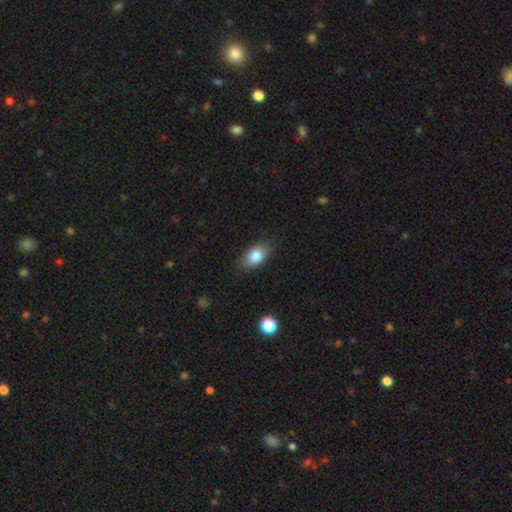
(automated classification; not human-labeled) Smooth or featured?
  - smooth: 83% *
  - featured or disk: 9%
  - star or artifact: 8%
How rounded?
  - in between: 89% *
  - round: 8%
  - cigar-shaped: 3%
Merging?
  - none: 81% *
  - minor disturbance: 15%
  - major disturbance: 3%
  - merger: 1%